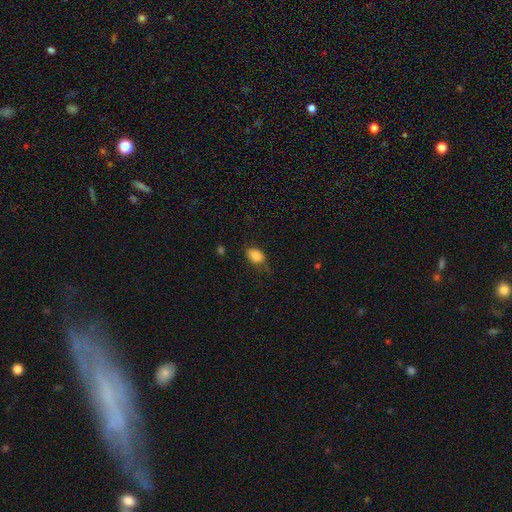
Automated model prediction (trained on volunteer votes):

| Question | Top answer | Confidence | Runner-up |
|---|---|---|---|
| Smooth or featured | smooth | 85% | star or artifact (9%) |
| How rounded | in between | 79% | round (20%) |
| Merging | none | 63% | minor disturbance (27%) |